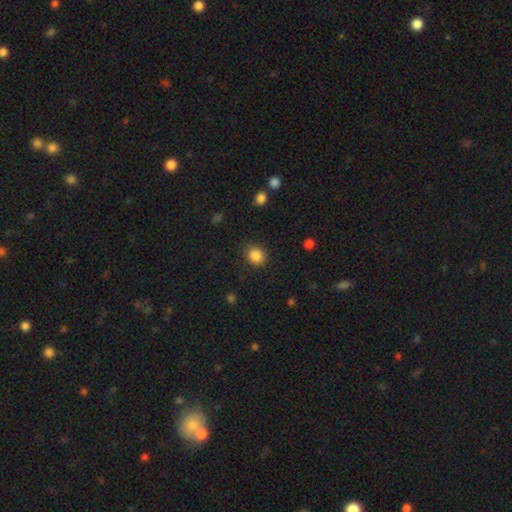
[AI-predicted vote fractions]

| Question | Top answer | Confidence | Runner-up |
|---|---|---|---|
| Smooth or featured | smooth | 87% | star or artifact (10%) |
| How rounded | round | 72% | in between (27%) |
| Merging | none | 87% | minor disturbance (9%) |